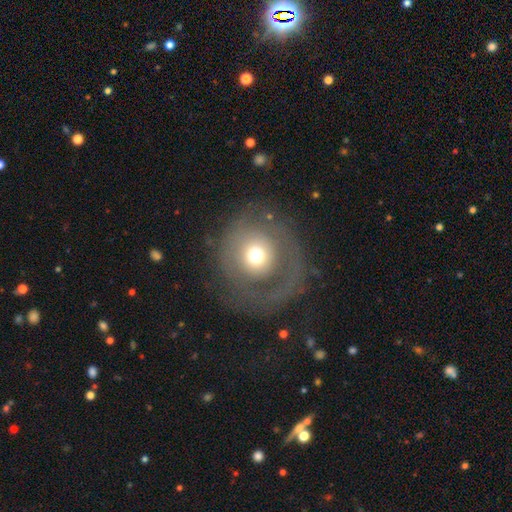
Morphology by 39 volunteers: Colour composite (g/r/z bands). It shows a featured or disk galaxy (59%) with no bar (81%), 1 (55%) medium (55%) spiral arms (52%) and a moderate central bulge (67%). Merging: none (57%).